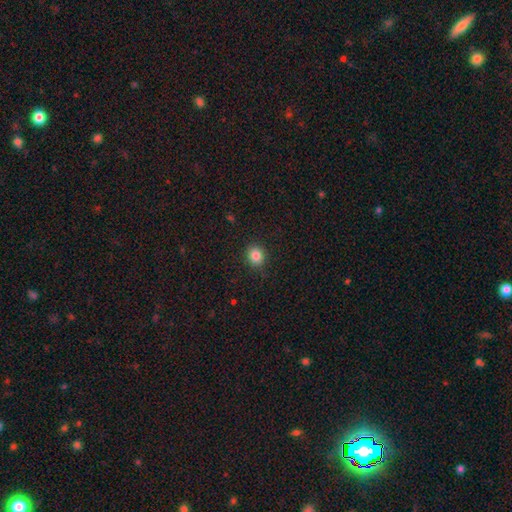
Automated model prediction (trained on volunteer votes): smooth_or_featured: smooth (p=0.85) [alt: star or artifact p=0.10]
how_rounded: round (p=0.72) [alt: in between p=0.27]
merging: none (p=0.89) [alt: minor disturbance p=0.08]